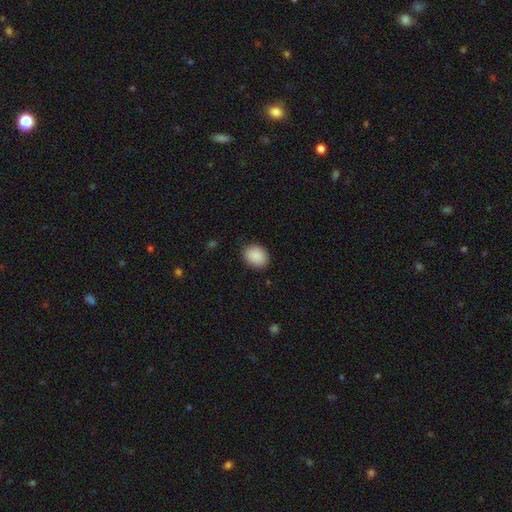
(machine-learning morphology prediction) smooth-or-featured: smooth: 90% | star or artifact: 7% | featured or disk: 3%
  how-rounded: in between: 58% | round: 42% | cigar-shaped: 1%
  merging: none: 86% | minor disturbance: 11% | major disturbance: 3% | merger: 1%